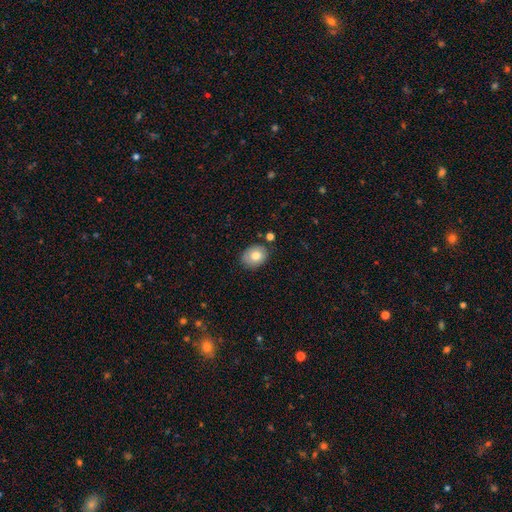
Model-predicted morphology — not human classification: smooth 77%, featured or disk 15%, star or artifact 8%. Down the decision tree: how rounded — in between (57%); merging — none (79%).